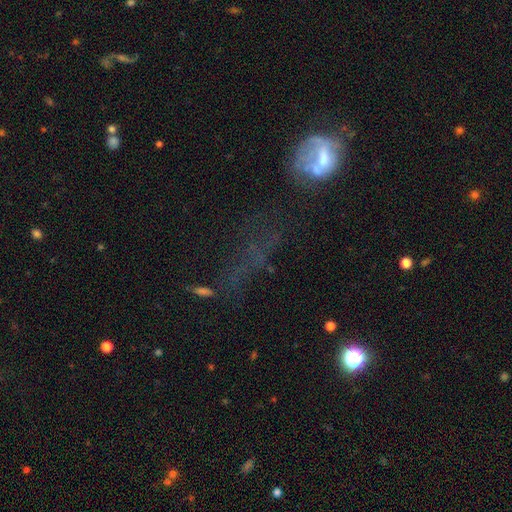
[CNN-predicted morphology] star or artifact 43%, smooth 29%, featured or disk 28%.